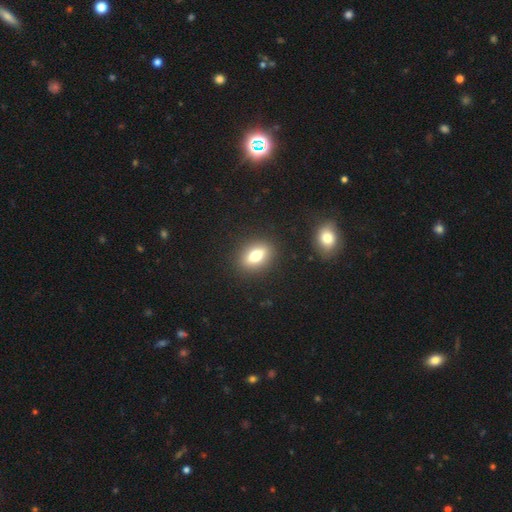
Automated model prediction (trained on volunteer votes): smooth 68%, featured or disk 21%, star or artifact 11%. Down the decision tree: how rounded — in between (69%); merging — none (88%).